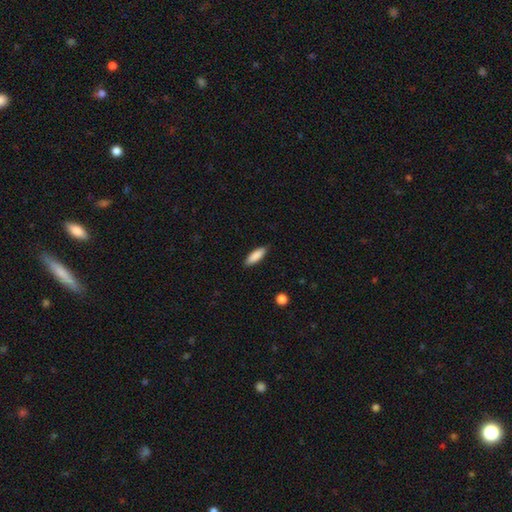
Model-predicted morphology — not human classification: A smooth galaxy with no disk features (87%) that is in between round and cigar-shaped (53%).

Vote fractions:
- Smooth or featured? smooth: 87% / featured or disk: 7% / star or artifact: 6%
- How rounded? in between: 53% / cigar-shaped: 46% / round: 2%
- Merging? none: 87% / minor disturbance: 10% / major disturbance: 2% / merger: 1%